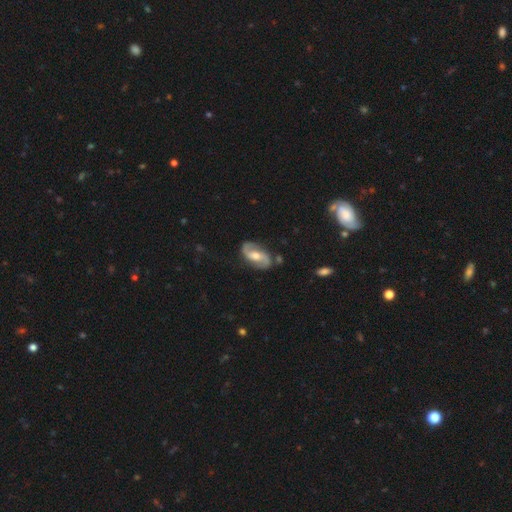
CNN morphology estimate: The model was most divided on "bar": weak: 42%, no: 39%, strong: 19%. Remaining: edge-on disk — no (96%); spiral arms — yes (95%); spiral arm count — 2 (93%); smooth or featured — featured or disk (84%); merging — none (79%); bulge size — moderate (70%); spiral winding — medium (45%).